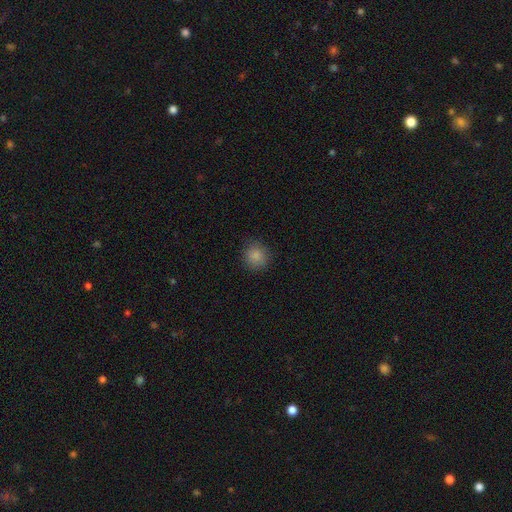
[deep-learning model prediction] smooth_or_featured: smooth (p=0.85) [alt: star or artifact p=0.10]
how_rounded: round (p=0.89) [alt: in between p=0.10]
merging: none (p=0.87) [alt: minor disturbance p=0.10]